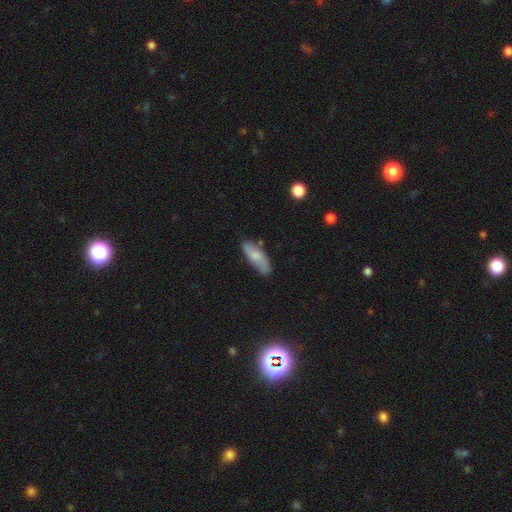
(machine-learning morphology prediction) This is likely a smooth galaxy (68%). How rounded: likely in between (72%). Merging: likely none (73%).